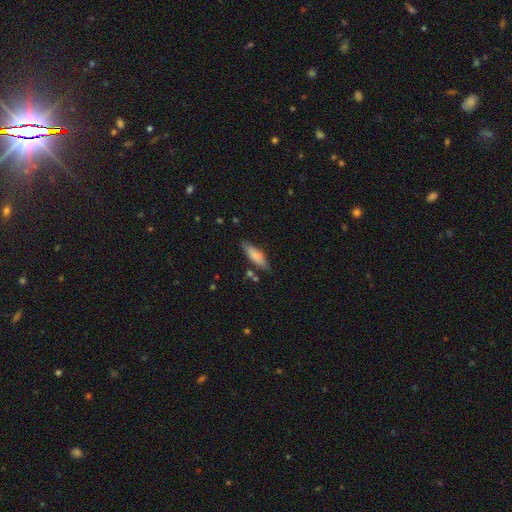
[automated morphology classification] Smooth or featured: smooth — 78% (featured or disk — 16%)
How rounded: cigar-shaped — 53% (in between — 45%)
Merging: none — 77% (minor disturbance — 16%)